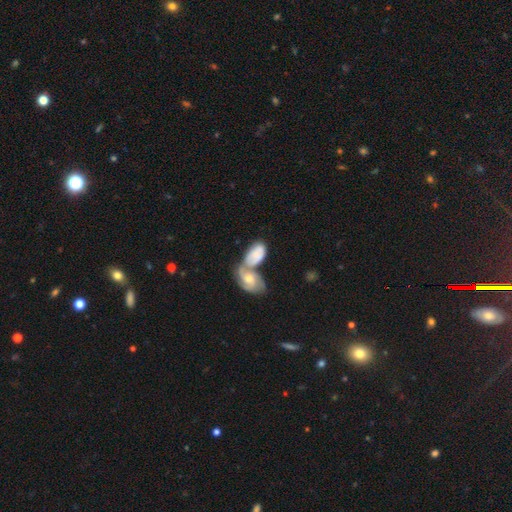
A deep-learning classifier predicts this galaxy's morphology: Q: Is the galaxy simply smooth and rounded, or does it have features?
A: smooth — 49%.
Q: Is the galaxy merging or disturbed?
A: merger — 74%.